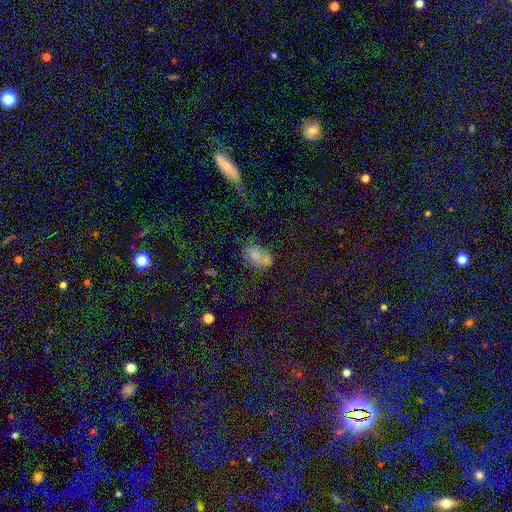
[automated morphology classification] Smooth or featured: smooth — 70% (featured or disk — 15%)
How rounded: in between — 72% (round — 26%)
Merging: none — 40% (merger — 30%)